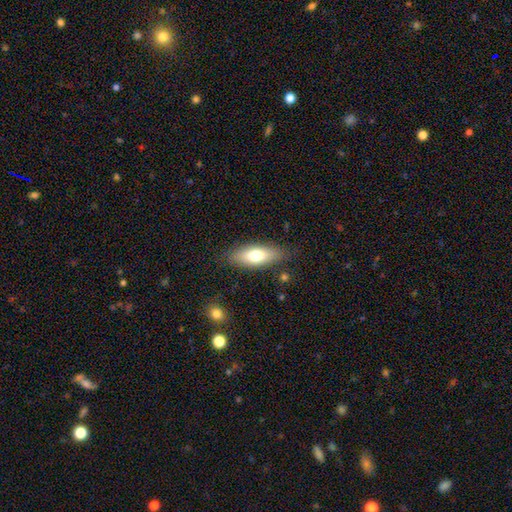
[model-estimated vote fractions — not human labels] Smooth or featured: smooth — 71% (featured or disk — 22%)
How rounded: in between — 69% (cigar-shaped — 28%)
Merging: none — 83% (minor disturbance — 12%)